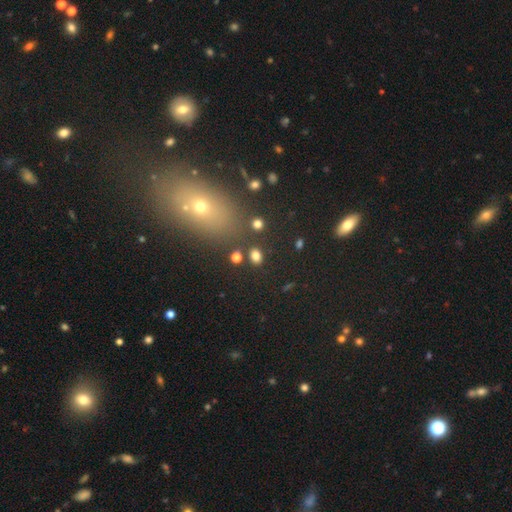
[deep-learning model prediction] A smooth galaxy with no disk features (79%) that is in between round and cigar-shaped (63%). Merging: none (83%).